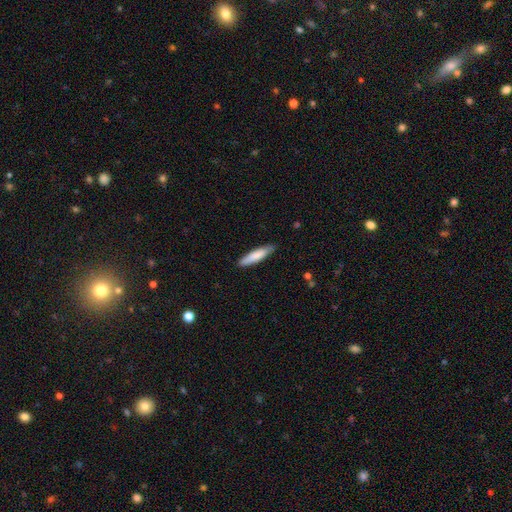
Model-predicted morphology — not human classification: Smooth or featured?
  - smooth: 79% *
  - featured or disk: 15%
  - star or artifact: 5%
How rounded?
  - cigar-shaped: 81% *
  - in between: 18%
  - round: 1%
Merging?
  - none: 85% *
  - minor disturbance: 12%
  - major disturbance: 2%
  - merger: 1%